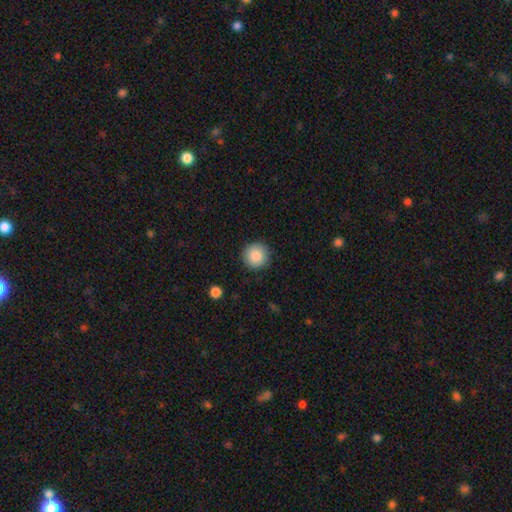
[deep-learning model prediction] smooth_or_featured: smooth (p=0.87) [alt: star or artifact p=0.08]
how_rounded: round (p=0.95) [alt: in between p=0.04]
merging: none (p=0.90) [alt: minor disturbance p=0.07]